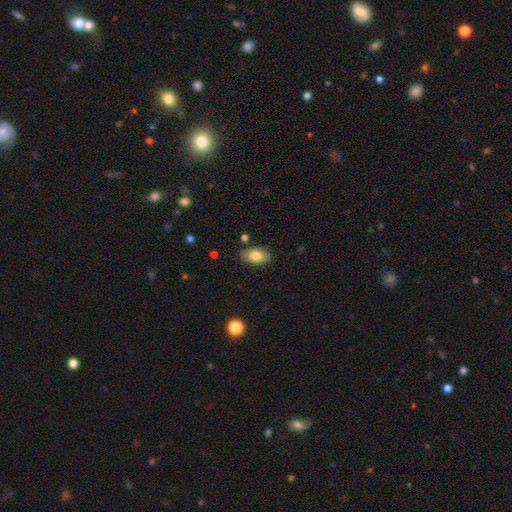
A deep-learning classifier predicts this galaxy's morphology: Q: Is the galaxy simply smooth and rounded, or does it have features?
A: smooth — 81%.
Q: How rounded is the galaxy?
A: in between — 92%.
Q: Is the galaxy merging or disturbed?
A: none — 83%.